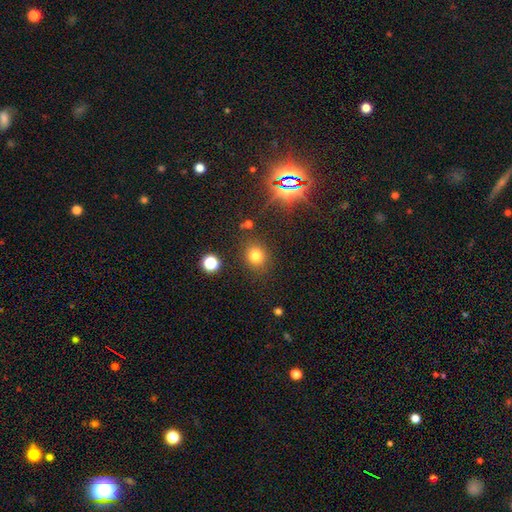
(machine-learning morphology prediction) Smooth or featured? Predicted: smooth (p=0.73). How rounded? Predicted: round (p=0.79). Merging? Predicted: none (p=0.83).